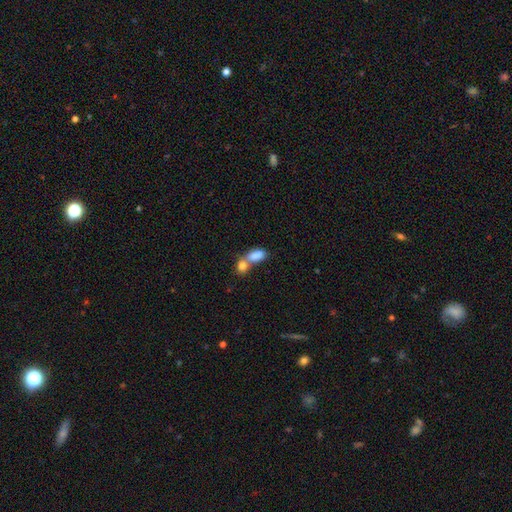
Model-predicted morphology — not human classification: This is clearly a smooth galaxy (82%). How rounded: clearly in between (83%). Merging: likely merger (68%).